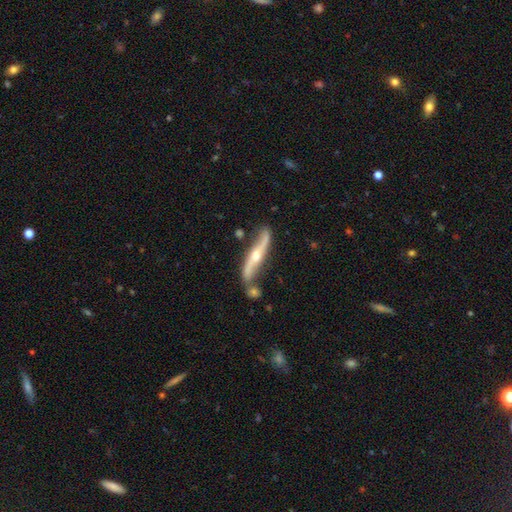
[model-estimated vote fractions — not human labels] This appears to be a featured or disk galaxy (82%) viewed edge-on (57%). Merging: none (64%).